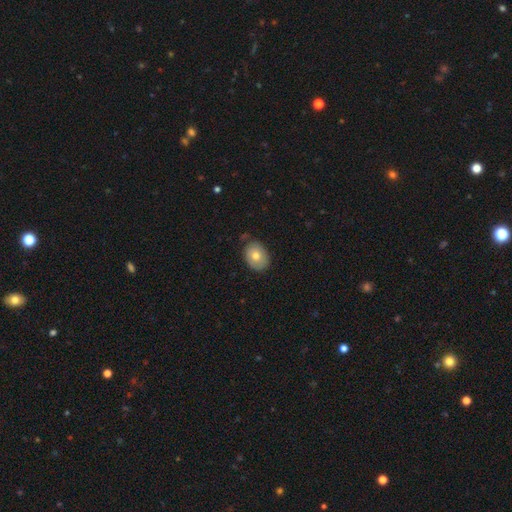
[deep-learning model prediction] This appears to be a smooth galaxy with no disk features (73%) that is in between round and cigar-shaped (64%). Merging: none (77%).